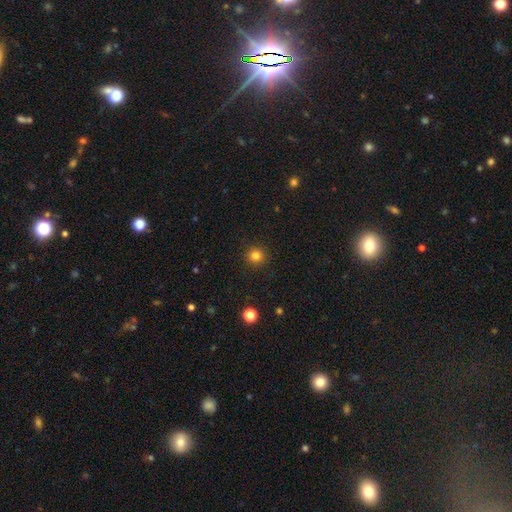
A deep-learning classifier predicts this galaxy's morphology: This is clearly a smooth galaxy (83%). How rounded: clearly round (94%). Merging: clearly none (92%).